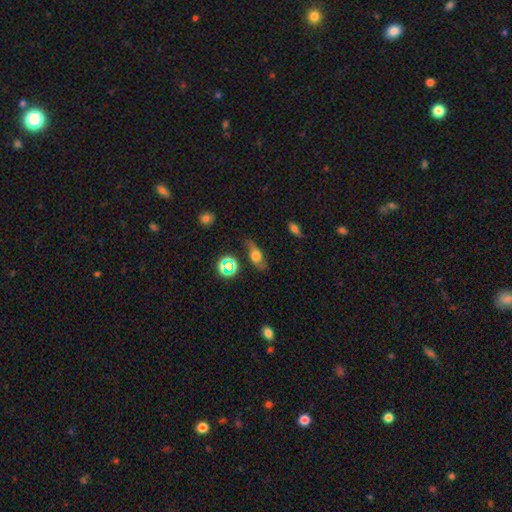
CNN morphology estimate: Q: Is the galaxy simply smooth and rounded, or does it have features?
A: smooth — 45%.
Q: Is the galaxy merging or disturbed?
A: none — 65%.